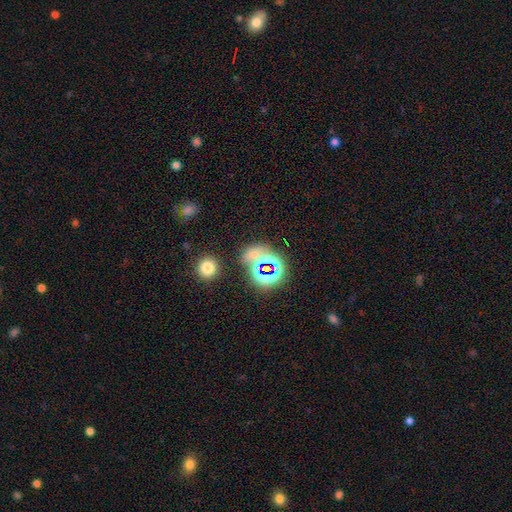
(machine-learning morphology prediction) This appears to be a star or artifact, not a galaxy (55%).